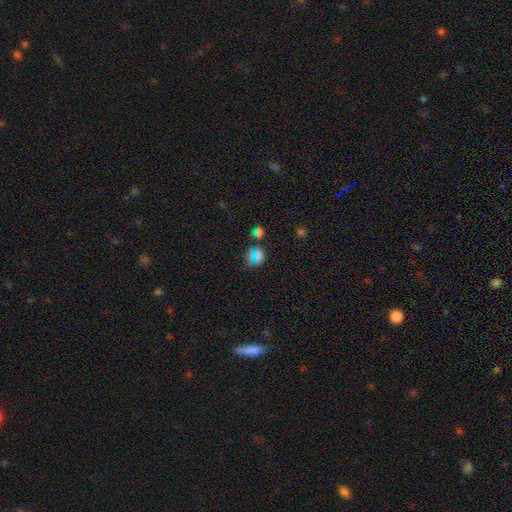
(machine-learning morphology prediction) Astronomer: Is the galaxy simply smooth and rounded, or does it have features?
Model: star or artifact — 47% (runner-up: smooth, 44%).